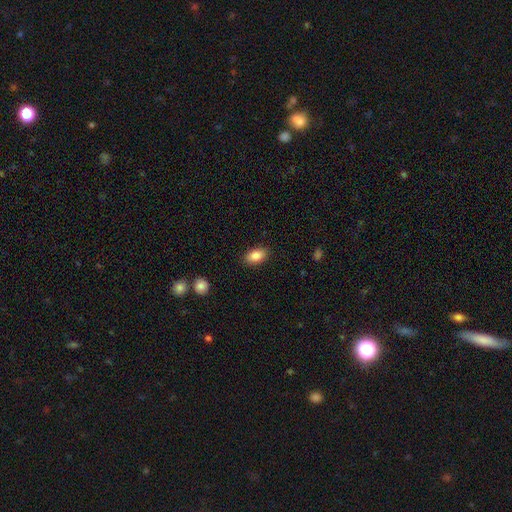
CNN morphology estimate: smooth_or_featured: smooth (p=0.87) [alt: star or artifact p=0.08]
how_rounded: in between (p=0.91) [alt: round p=0.06]
merging: none (p=0.87) [alt: minor disturbance p=0.09]